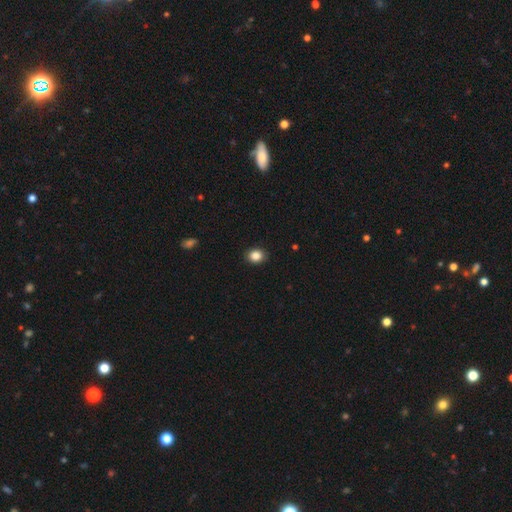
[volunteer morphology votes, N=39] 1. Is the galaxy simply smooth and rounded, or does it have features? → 95% smooth, 5% star or artifact, 0% featured or disk.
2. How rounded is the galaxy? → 51% in between, 49% round, 0% cigar-shaped.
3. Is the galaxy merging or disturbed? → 100% none, 0% minor disturbance, 0% major disturbance, 0% merger.